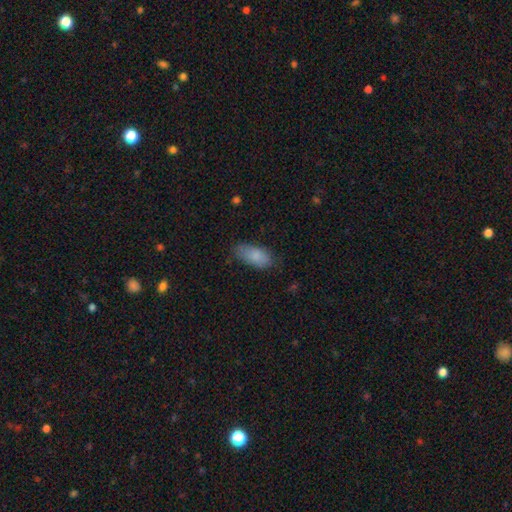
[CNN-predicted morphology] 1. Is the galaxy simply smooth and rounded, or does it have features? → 85% smooth, 8% featured or disk, 7% star or artifact.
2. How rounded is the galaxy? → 89% in between, 8% cigar-shaped, 3% round.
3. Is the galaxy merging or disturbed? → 71% none, 23% minor disturbance, 5% major disturbance, 1% merger.